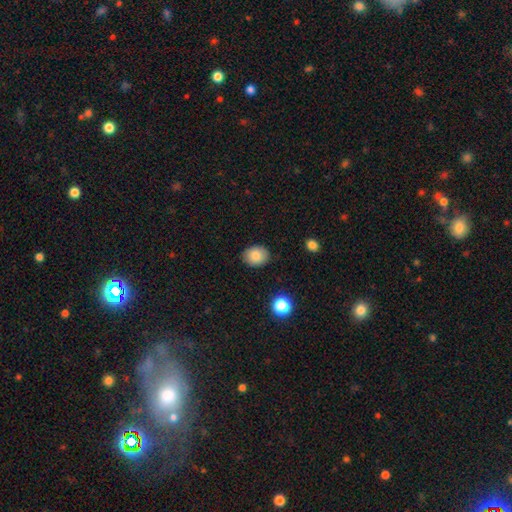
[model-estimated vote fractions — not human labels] Smooth or featured: smooth — 84% (star or artifact — 9%)
How rounded: round — 54% (in between — 45%)
Merging: none — 86% (minor disturbance — 10%)